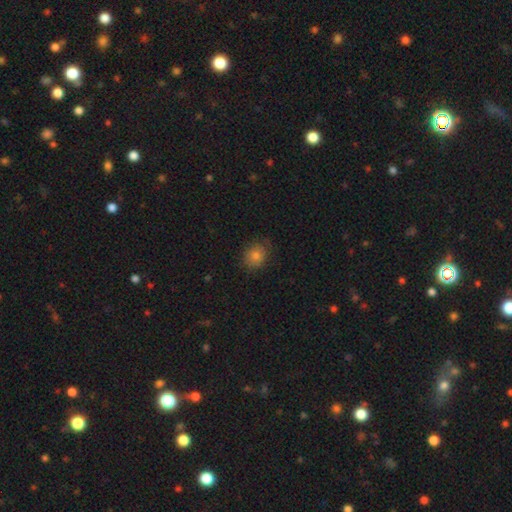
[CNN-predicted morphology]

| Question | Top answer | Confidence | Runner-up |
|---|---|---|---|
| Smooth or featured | smooth | 78% | star or artifact (12%) |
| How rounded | round | 68% | in between (31%) |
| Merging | none | 79% | minor disturbance (16%) |